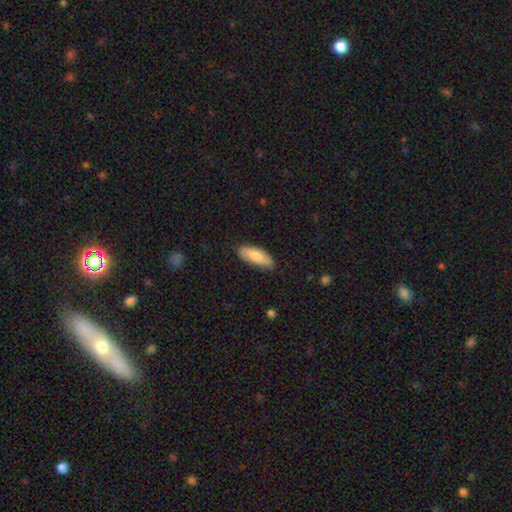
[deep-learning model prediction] This is clearly a smooth galaxy (82%). How rounded: likely in between (73%). Merging: clearly none (84%).